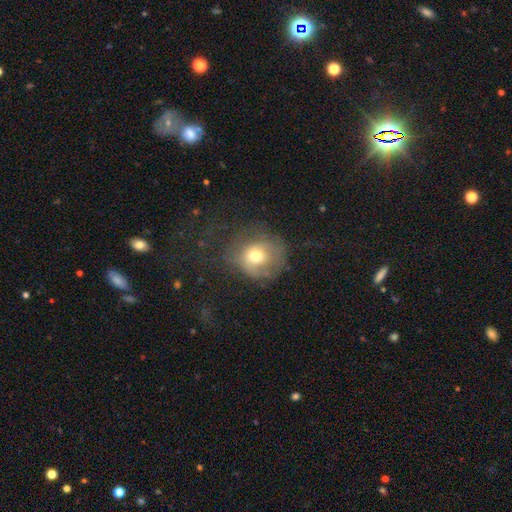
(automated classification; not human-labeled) This appears to be a smooth galaxy with no disk features (61%) that is round (76%). Merging: none (41%).